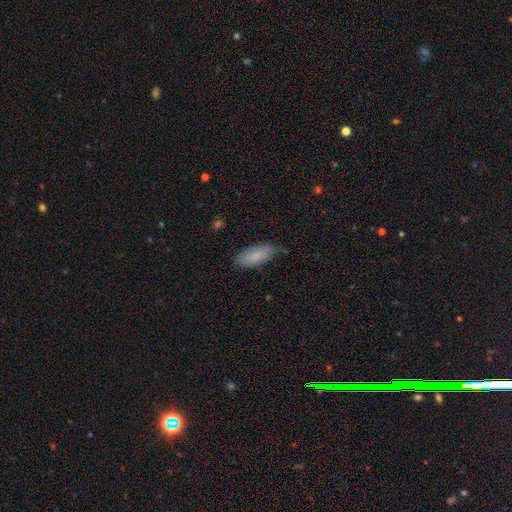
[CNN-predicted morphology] The model was most divided on "merging": none: 77%, minor disturbance: 19%, major disturbance: 3%, merger: 1%. More confident: smooth or featured — smooth (82%); how rounded — in between (81%).